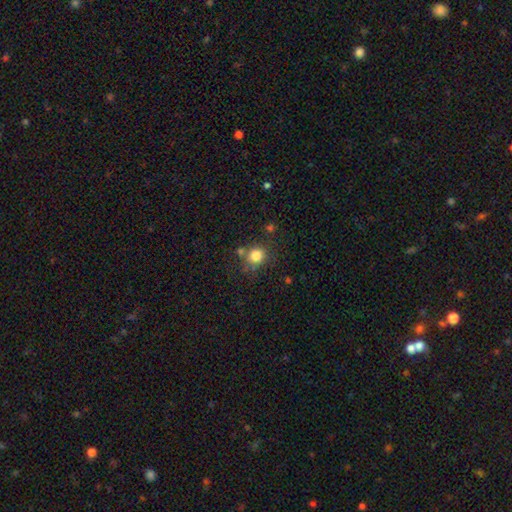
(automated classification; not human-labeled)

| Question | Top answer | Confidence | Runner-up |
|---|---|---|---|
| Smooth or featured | smooth | 81% | star or artifact (12%) |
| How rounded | round | 83% | in between (16%) |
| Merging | none | 68% | minor disturbance (14%) |